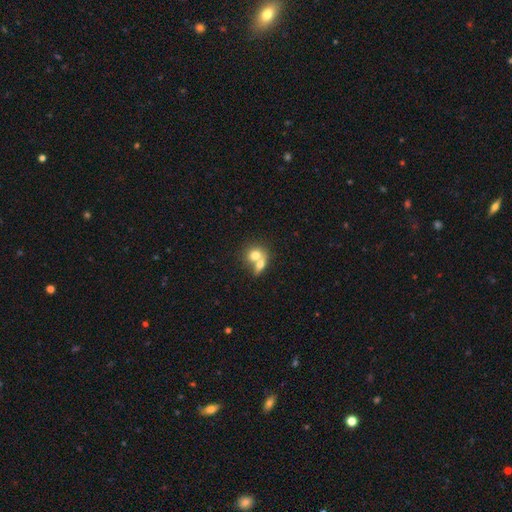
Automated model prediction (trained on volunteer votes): This is likely a smooth galaxy (72%). How rounded: possibly round (56%). Merging: likely merger (66%).